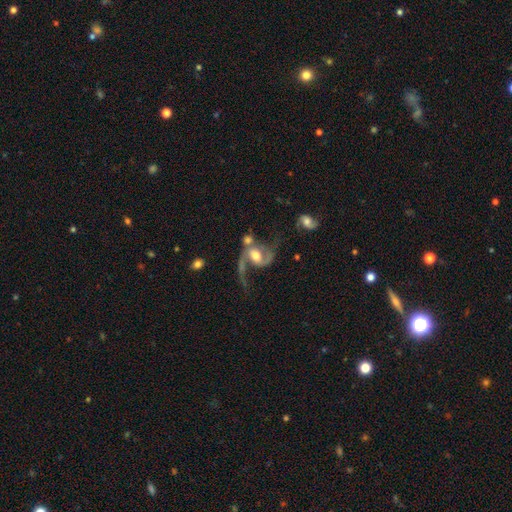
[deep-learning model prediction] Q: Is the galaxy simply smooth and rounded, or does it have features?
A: featured or disk — 81%.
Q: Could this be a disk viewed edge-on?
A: no — 97%.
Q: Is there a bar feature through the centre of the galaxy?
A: weak — 42%.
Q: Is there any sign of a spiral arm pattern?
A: yes — 93%.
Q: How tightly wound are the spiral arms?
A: loose — 59%.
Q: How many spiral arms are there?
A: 2 — 71%.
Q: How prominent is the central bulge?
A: moderate — 64%.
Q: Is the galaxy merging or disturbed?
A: merger — 34%.